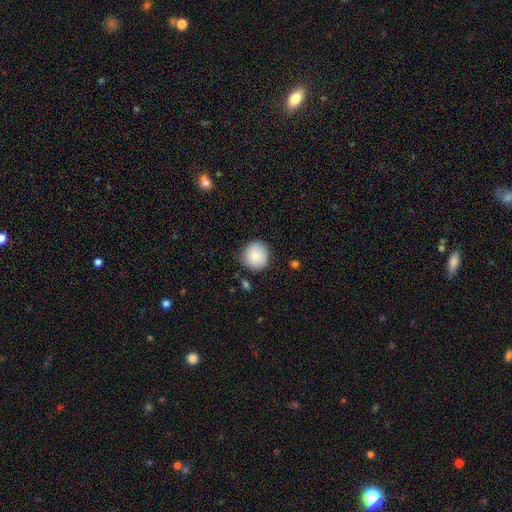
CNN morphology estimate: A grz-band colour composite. It shows a smooth galaxy with no disk features (82%) that is round (92%). Merging: none (80%).